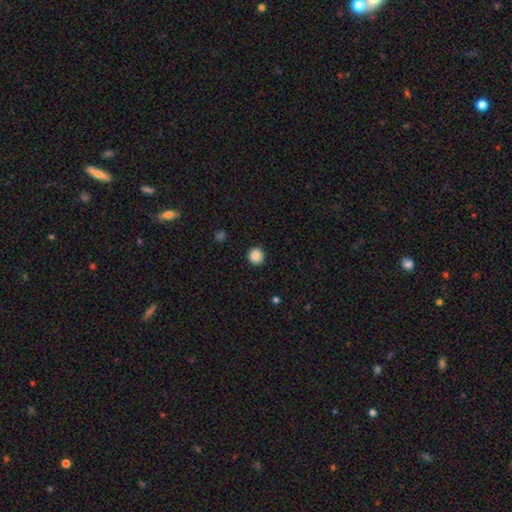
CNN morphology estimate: smooth_or_featured: smooth (p=0.88) [alt: star or artifact p=0.10]
how_rounded: round (p=0.94) [alt: in between p=0.05]
merging: none (p=0.91) [alt: minor disturbance p=0.06]